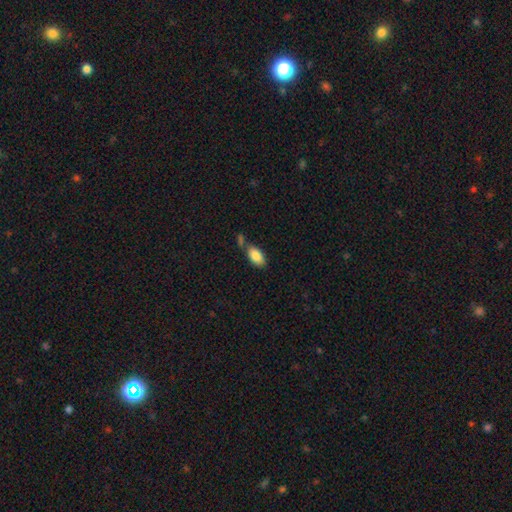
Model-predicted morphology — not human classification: smooth 87%, star or artifact 7%, featured or disk 7%. Down the decision tree: how rounded — in between (93%); merging — none (59%).